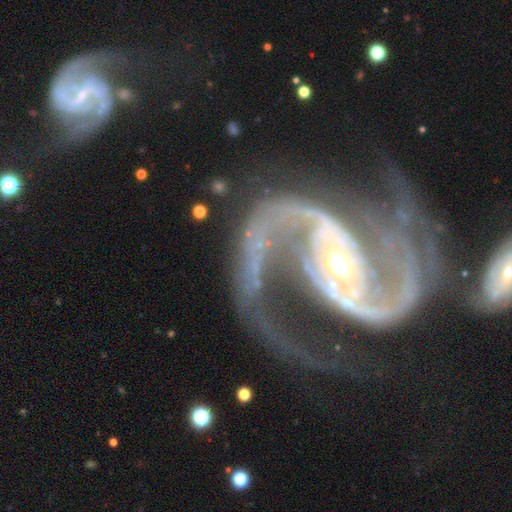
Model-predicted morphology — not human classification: Smooth or featured?
  - featured or disk: 91% *
  - star or artifact: 5%
  - smooth: 4%
Edge-on disk?
  - no: 97% *
  - yes: 3%
Bar?
  - no: 46% *
  - weak: 30%
  - strong: 24%
Spiral arms?
  - yes: 95% *
  - no: 5%
Spiral winding?
  - medium: 43% *
  - loose: 40%
  - tight: 16%
Spiral arm count?
  - 2: 81% *
  - 1: 5%
  - can't tell: 4%
  - 3: 4%
  - 4: 3%
  - more than 4: 3%
Bulge size?
  - moderate: 63% *
  - small: 25%
  - large: 8%
  - dominant: 2%
  - none: 2%
Merging?
  - none: 48% *
  - major disturbance: 28%
  - minor disturbance: 15%
  - merger: 8%